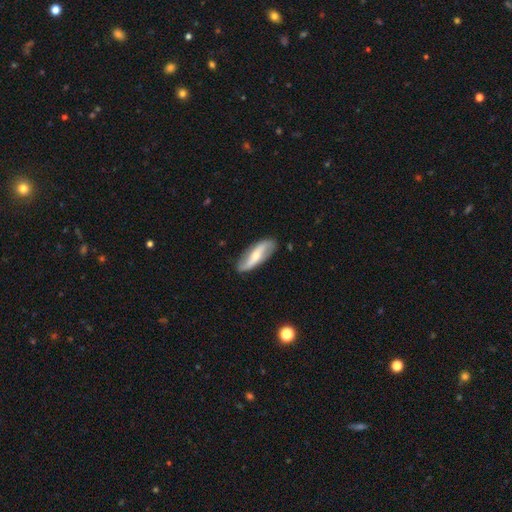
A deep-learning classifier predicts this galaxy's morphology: Smooth or featured? Predicted: featured or disk (p=0.70). Edge-on disk? Predicted: no (p=0.81). Bar? Predicted: strong (p=0.37). Spiral arms? Predicted: yes (p=0.85). Bulge size? Predicted: small (p=0.52). Merging? Predicted: none (p=0.82).